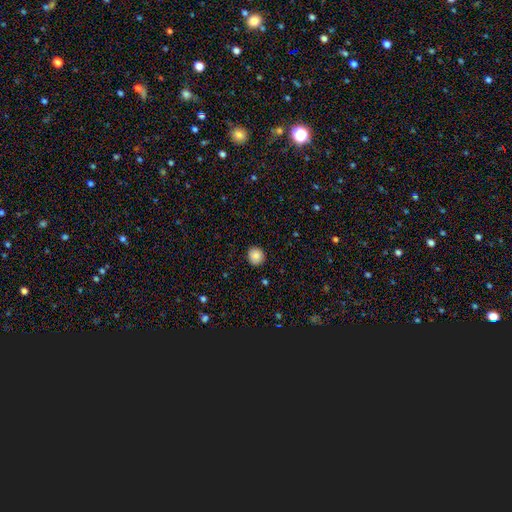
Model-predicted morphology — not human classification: smooth 87%, star or artifact 9%, featured or disk 4%. Down the decision tree: how rounded — round (86%); merging — none (90%).